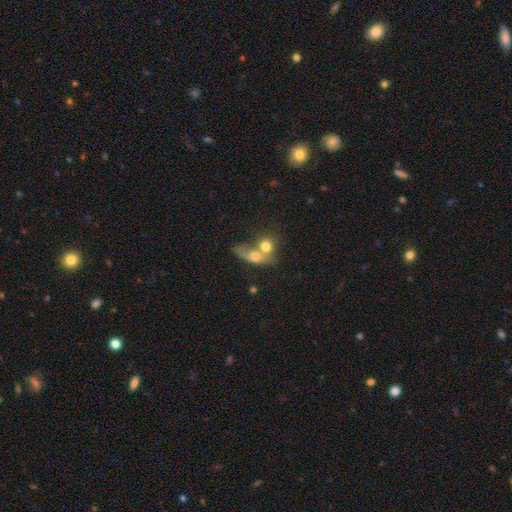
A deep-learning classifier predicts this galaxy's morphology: smooth-or-featured: smooth: 60% | featured or disk: 28% | star or artifact: 12%
  how-rounded: in between: 44% | round: 43% | cigar-shaped: 13%
  merging: merger: 56% | none: 23% | major disturbance: 11% | minor disturbance: 10%